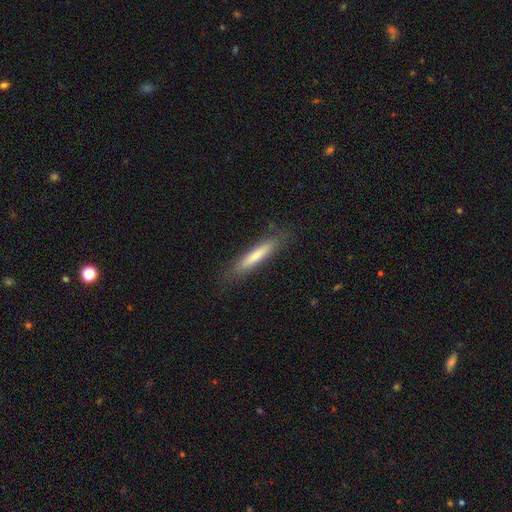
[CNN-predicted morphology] A smooth galaxy with no disk features (71%) that is cigar-shaped (90%).

Vote fractions:
- Smooth or featured? smooth: 71% / featured or disk: 22% / star or artifact: 6%
- How rounded? cigar-shaped: 90% / in between: 9% / round: 1%
- Merging? none: 83% / minor disturbance: 12% / major disturbance: 4% / merger: 1%